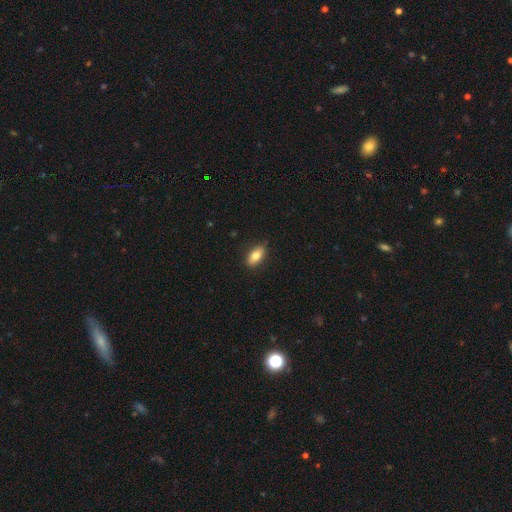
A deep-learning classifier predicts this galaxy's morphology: A smooth galaxy with no disk features (82%) that is in between round and cigar-shaped (86%). Merging: none (85%).